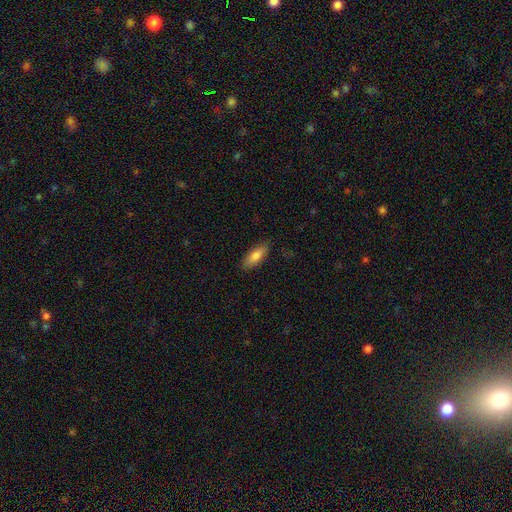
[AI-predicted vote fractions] Smooth or featured: smooth — 80% (featured or disk — 14%)
How rounded: in between — 68% (cigar-shaped — 31%)
Merging: none — 87% (minor disturbance — 10%)